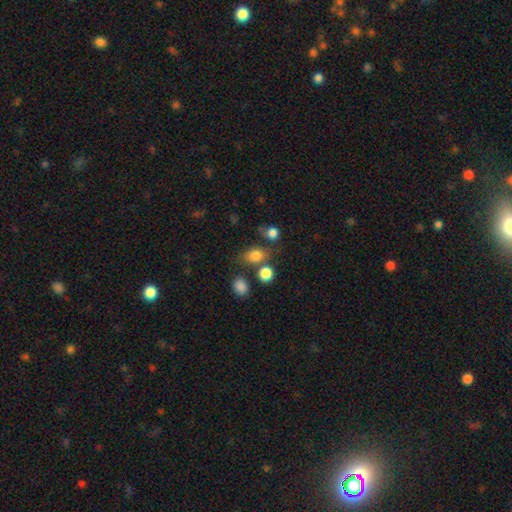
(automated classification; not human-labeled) The model was most divided on "how rounded": in between: 55%, round: 43%, cigar-shaped: 1%. More confident: smooth or featured — smooth (80%); merging — none (63%).